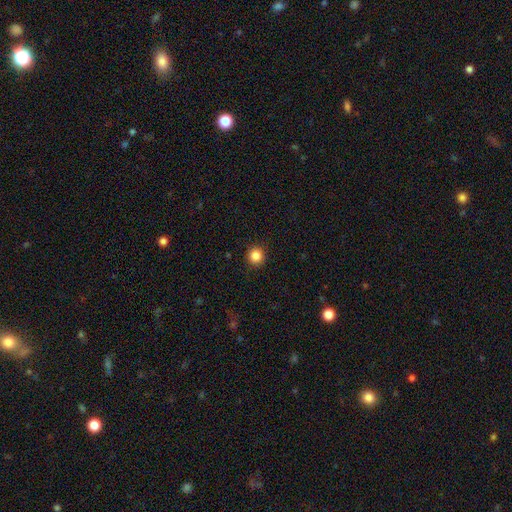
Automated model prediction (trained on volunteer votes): Smooth or featured? smooth (86%)
How rounded? round (94%)
Merging? none (93%)